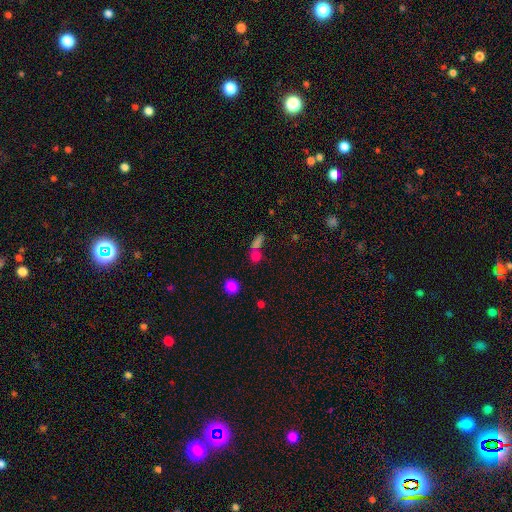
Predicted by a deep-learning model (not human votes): The model was most divided on "how rounded" (2-way tie): round: 43%, in between: 43%, cigar-shaped: 14%. Remaining: smooth or featured — smooth (73%); merging — none (50%).